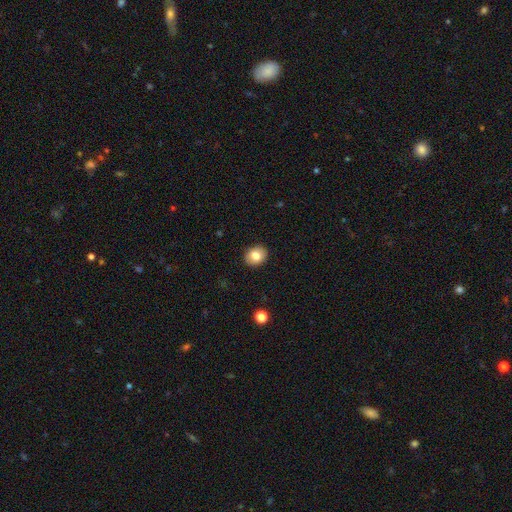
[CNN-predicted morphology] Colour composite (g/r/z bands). It shows a smooth galaxy with no disk features (81%) that is round (59%). Merging: none (91%).